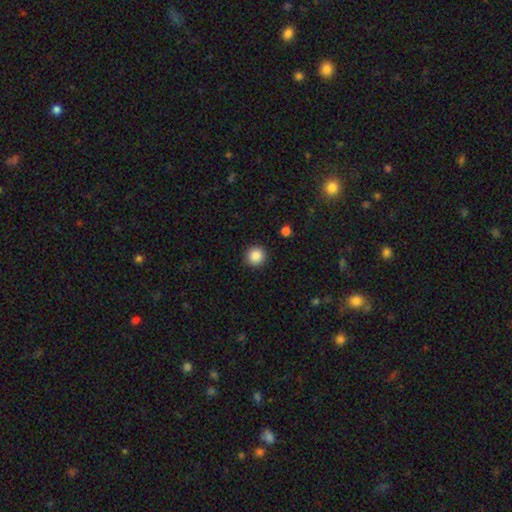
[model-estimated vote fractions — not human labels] Smooth or featured? smooth (88%)
How rounded? round (95%)
Merging? none (92%)